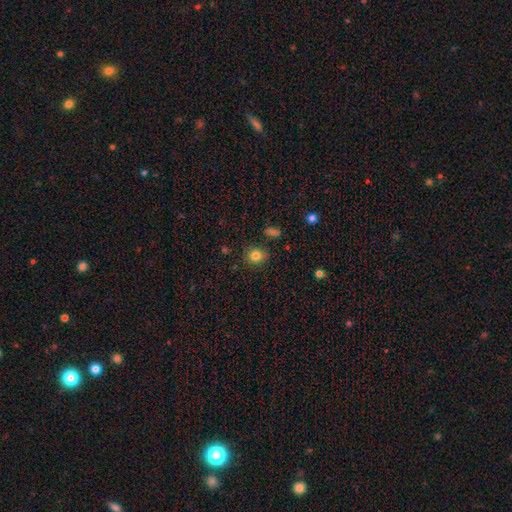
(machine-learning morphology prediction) Q: Smooth or featured?
A: smooth (82%); runner-up: star or artifact (12%)
Q: How rounded?
A: round (77%); runner-up: in between (22%)
Q: Merging?
A: none (83%); runner-up: minor disturbance (11%)